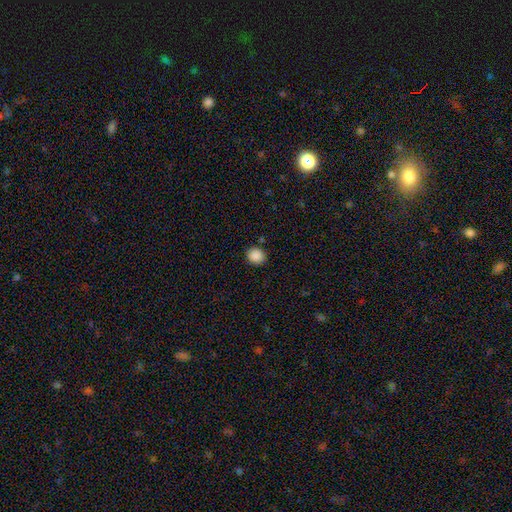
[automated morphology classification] This is clearly a smooth galaxy (89%). How rounded: likely round (76%). Merging: clearly none (89%).